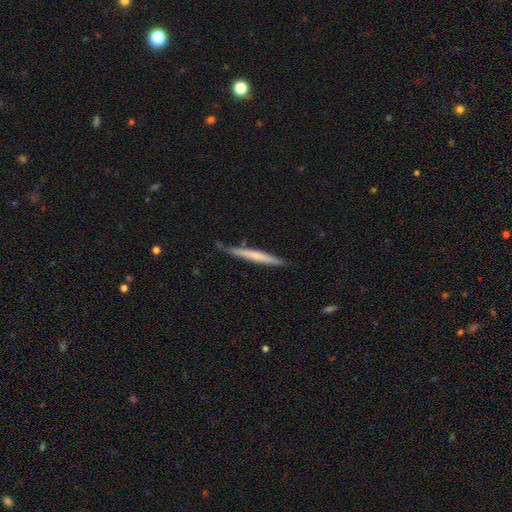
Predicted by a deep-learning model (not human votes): Smooth or featured: smooth — 52% (featured or disk — 43%)
How rounded: cigar-shaped — 96% (in between — 2%)
Merging: none — 82% (minor disturbance — 14%)